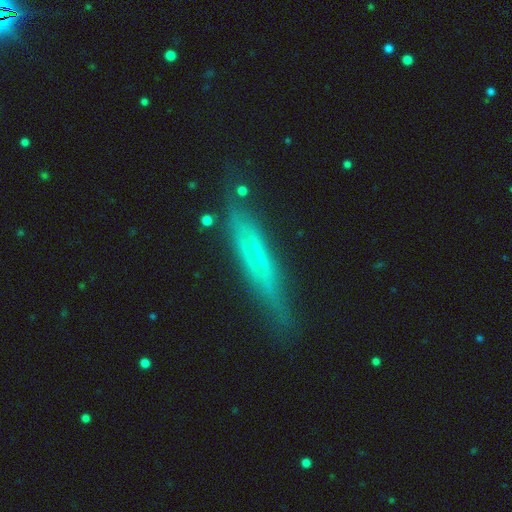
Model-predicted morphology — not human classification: smooth-or-featured: featured or disk: 55% | smooth: 35% | star or artifact: 10%
  disk-edge-on: yes: 85% | no: 15%
  merging: none: 76% | minor disturbance: 17% | major disturbance: 5% | merger: 2%